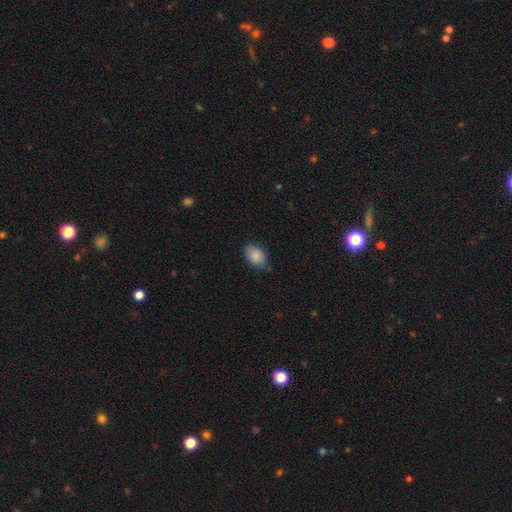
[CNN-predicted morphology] Overall: smooth (88%). How rounded: in between (86%). Merging: none (74%).